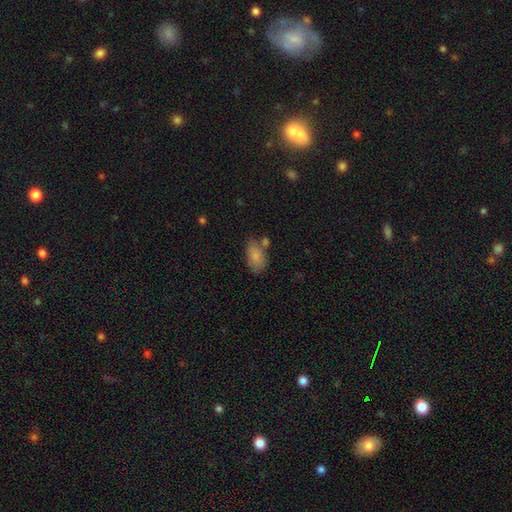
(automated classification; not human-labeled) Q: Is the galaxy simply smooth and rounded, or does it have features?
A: smooth — 84%.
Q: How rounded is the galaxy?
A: in between — 91%.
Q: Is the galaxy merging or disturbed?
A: none — 60%.